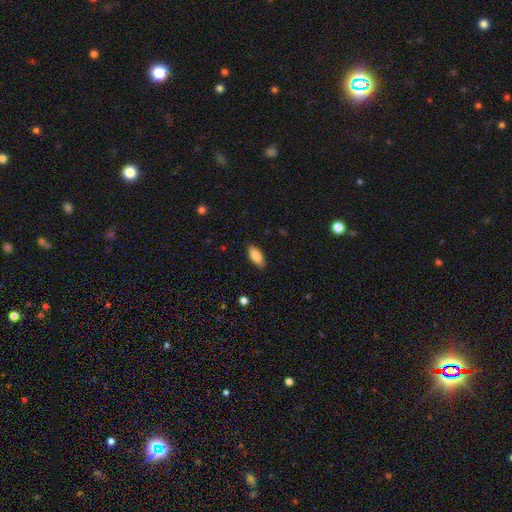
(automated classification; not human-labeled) smooth_or_featured: smooth (p=0.85) [alt: featured or disk p=0.08]
how_rounded: in between (p=0.84) [alt: cigar-shaped p=0.14]
merging: none (p=0.84) [alt: minor disturbance p=0.13]